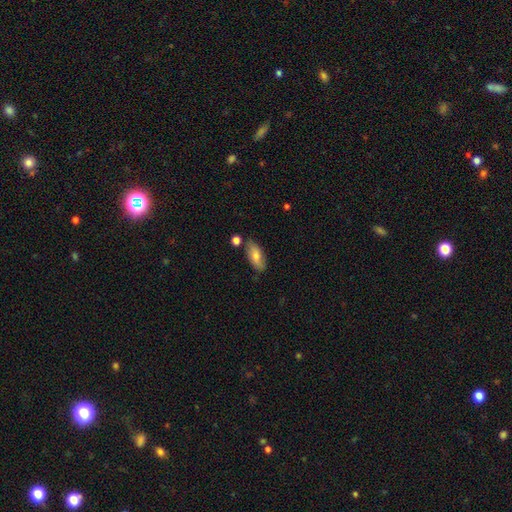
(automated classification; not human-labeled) Overall: smooth (71%). How rounded: in between (84%). Merging: none (75%).